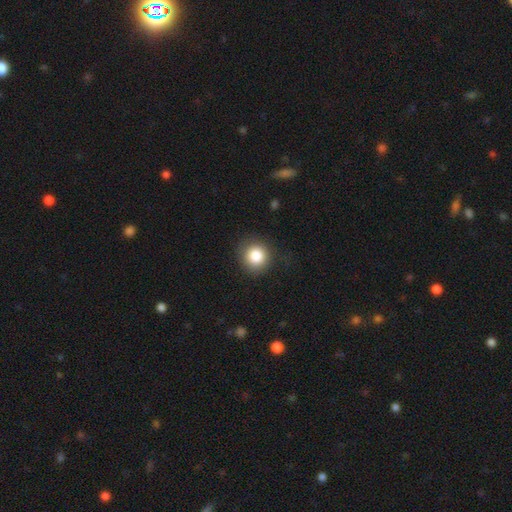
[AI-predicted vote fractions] A smooth galaxy with no disk features (84%) that is round (90%). Merging: none (84%).